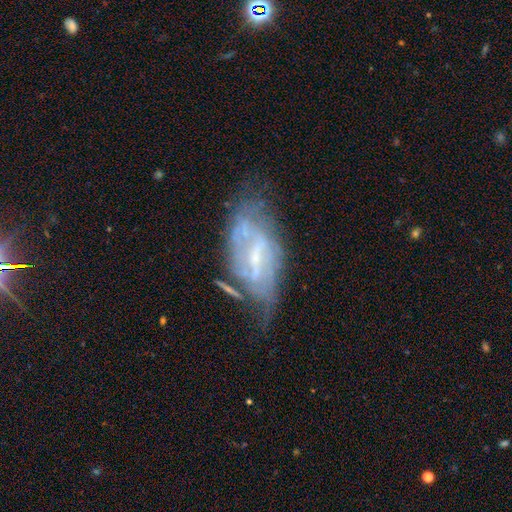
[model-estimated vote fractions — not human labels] Smooth or featured?
  - featured or disk: 75% *
  - smooth: 16%
  - star or artifact: 9%
Edge-on disk?
  - no: 91% *
  - yes: 9%
Bar?
  - weak: 45% *
  - strong: 34%
  - no: 21%
Spiral arms?
  - yes: 72% *
  - no: 28%
Bulge size?
  - small: 58% *
  - moderate: 22%
  - none: 16%
  - large: 2%
  - dominant: 1%
Merging?
  - none: 44% *
  - minor disturbance: 28%
  - major disturbance: 21%
  - merger: 6%